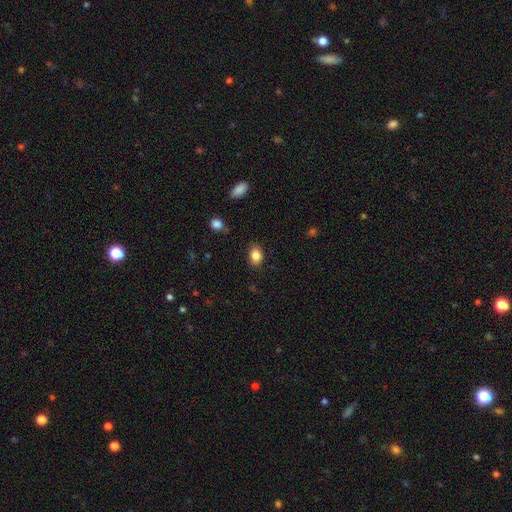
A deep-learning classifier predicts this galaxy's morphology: type=smooth (84%); roundness=in between (74%); merging=none (85%).